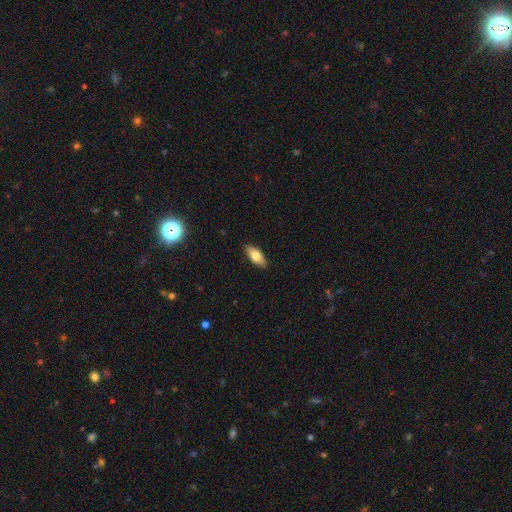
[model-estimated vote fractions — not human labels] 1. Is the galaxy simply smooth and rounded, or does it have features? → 75% smooth, 18% featured or disk, 7% star or artifact.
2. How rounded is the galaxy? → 84% in between, 14% cigar-shaped, 3% round.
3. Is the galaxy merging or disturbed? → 88% none, 9% minor disturbance, 2% major disturbance, 1% merger.